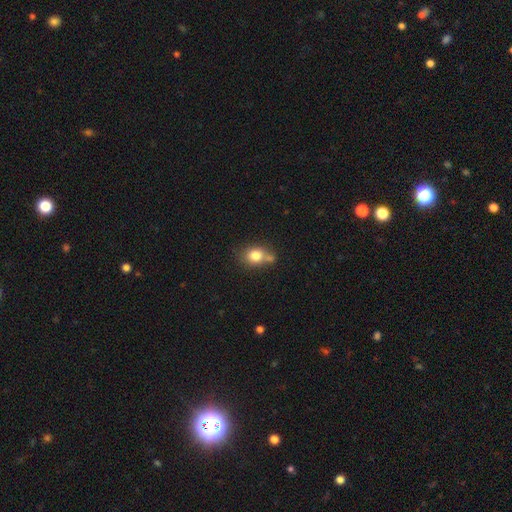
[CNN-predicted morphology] This is likely a smooth galaxy (79%). How rounded: possibly round (55%). Merging: possibly none (51%).